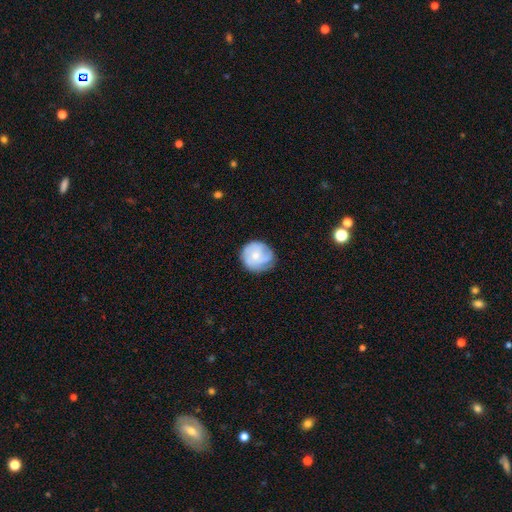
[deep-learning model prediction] The model was most divided on "smooth or featured": smooth: 48%, featured or disk: 46%, star or artifact: 7%. More confident: merging — none (70%).